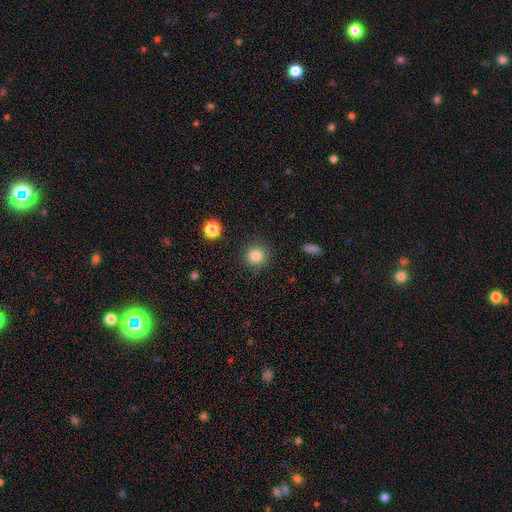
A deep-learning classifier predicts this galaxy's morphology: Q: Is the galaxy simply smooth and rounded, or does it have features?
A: smooth — 82%.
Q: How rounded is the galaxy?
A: round — 93%.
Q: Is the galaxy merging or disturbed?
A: none — 89%.